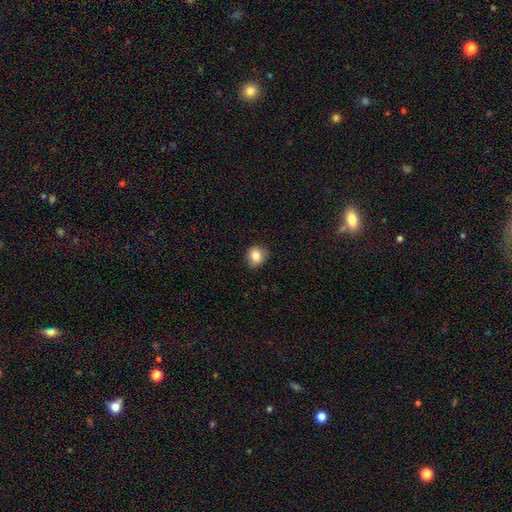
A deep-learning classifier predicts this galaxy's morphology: A smooth galaxy with no disk features (83%) that is round (74%). Merging: none (81%).